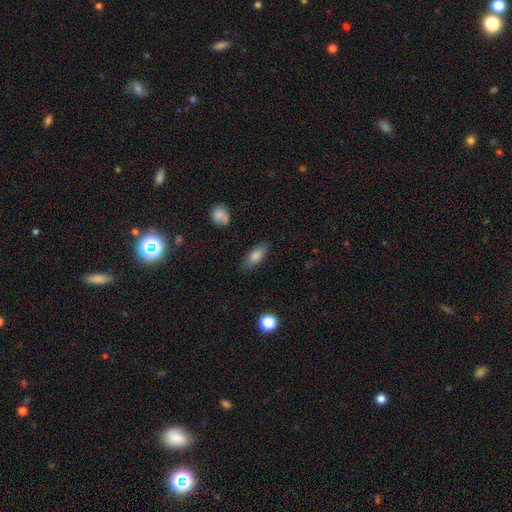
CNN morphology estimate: The model was most divided on "how rounded": in between: 76%, cigar-shaped: 20%, round: 4%. More confident: merging — none (83%); smooth or featured — smooth (79%).